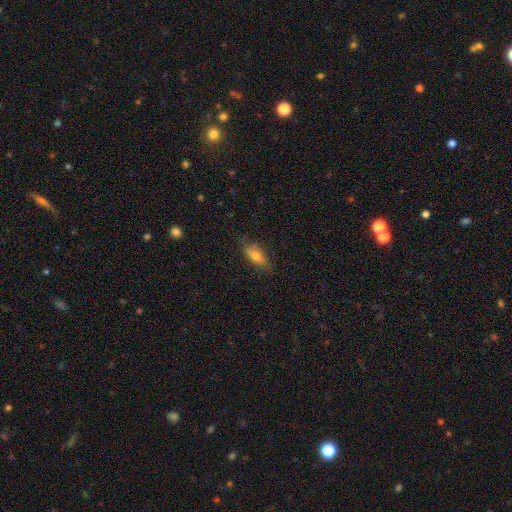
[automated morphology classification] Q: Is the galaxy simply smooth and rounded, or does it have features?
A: smooth — 70%.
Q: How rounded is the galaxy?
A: in between — 72%.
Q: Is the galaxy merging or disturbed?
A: none — 75%.